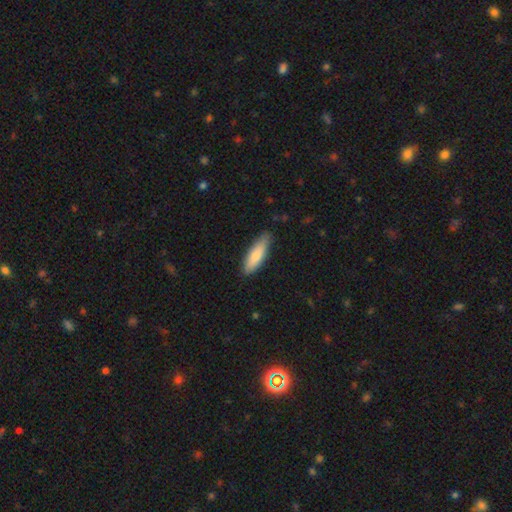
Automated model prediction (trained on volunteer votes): This appears to be a smooth galaxy with no disk features (78%) that is cigar-shaped (54%). Merging: none (83%).